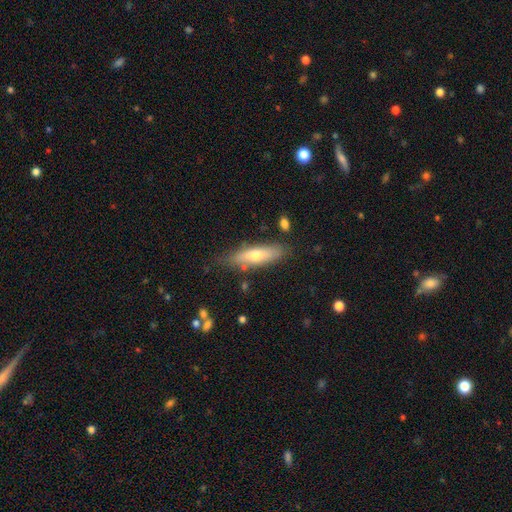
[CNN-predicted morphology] Smooth or featured? Predicted: smooth (p=0.61). How rounded? Predicted: cigar-shaped (p=0.59). Merging? Predicted: none (p=0.77).